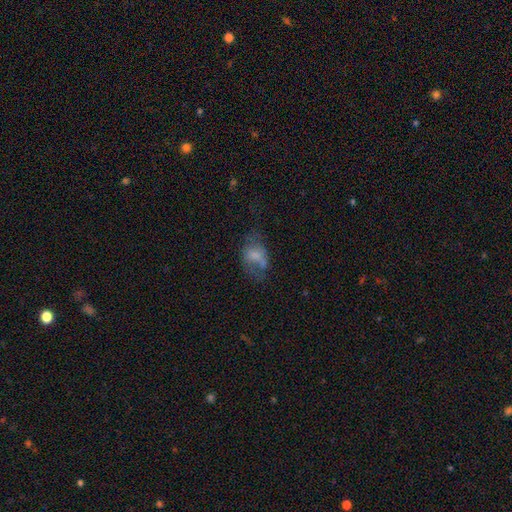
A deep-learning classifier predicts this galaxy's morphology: A smooth galaxy with no disk features (54%) that is in between round and cigar-shaped (80%). Merging: major disturbance (34%).